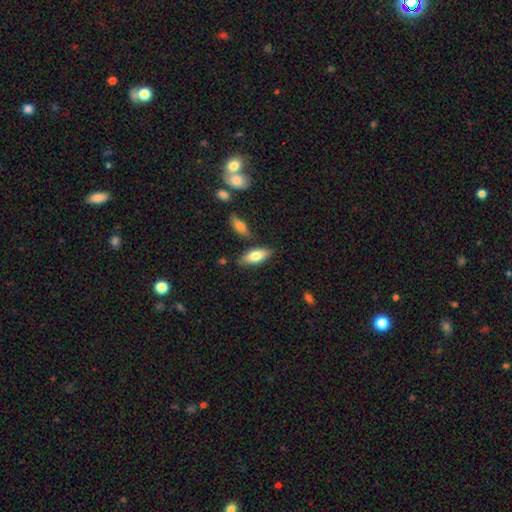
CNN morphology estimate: Smooth or featured? Predicted: smooth (p=0.79). How rounded? Predicted: in between (p=0.82). Merging? Predicted: none (p=0.77).